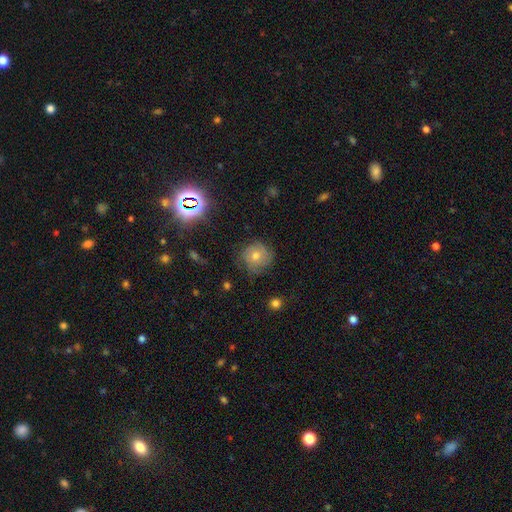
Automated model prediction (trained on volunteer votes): This appears to be a featured or disk galaxy (41%). Merging: none (76%).